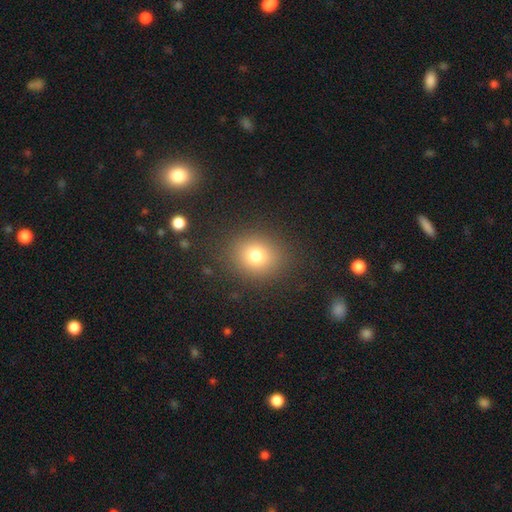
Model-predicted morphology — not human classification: Smooth or featured? smooth (76%)
How rounded? round (73%)
Merging? none (87%)